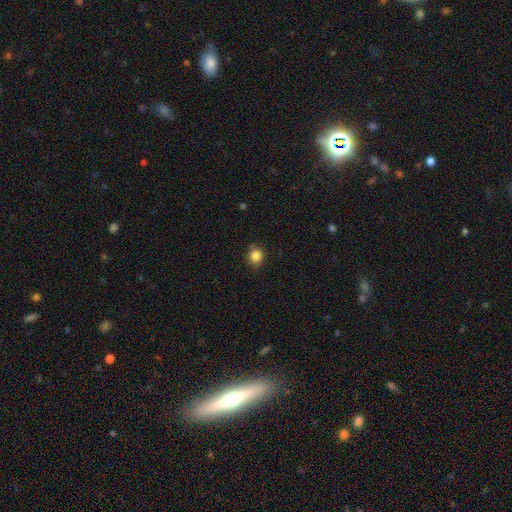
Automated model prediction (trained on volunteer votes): Smooth or featured: smooth — 84% (star or artifact — 11%)
How rounded: round — 76% (in between — 23%)
Merging: none — 83% (minor disturbance — 13%)